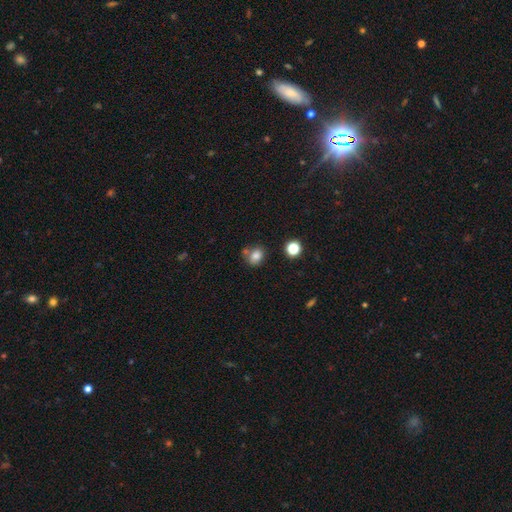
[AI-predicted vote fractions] Smooth or featured? smooth (80%)
How rounded? round (50%)
Merging? none (61%)